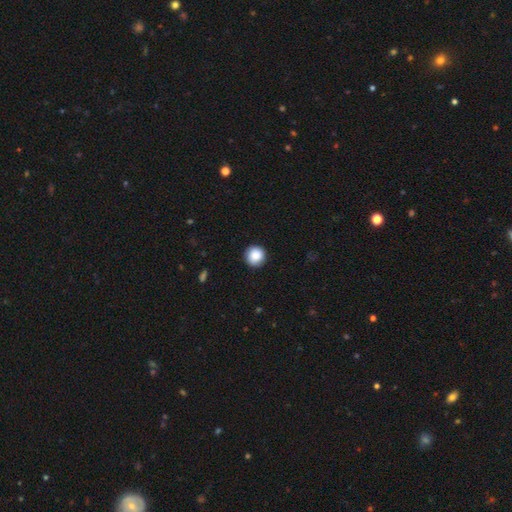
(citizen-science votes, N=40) This appears to be a smooth galaxy with no disk features (88%) that is round (100%). Merging: none (97%).